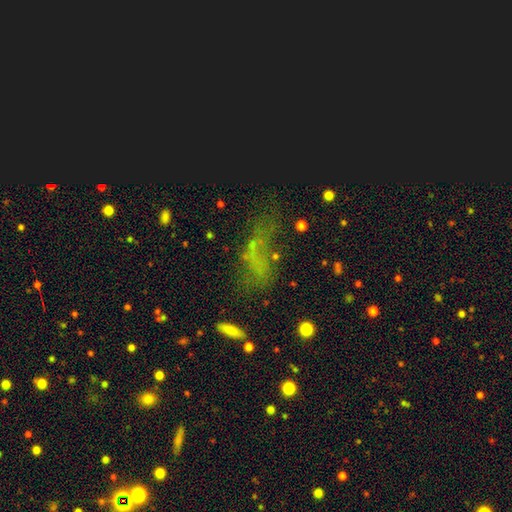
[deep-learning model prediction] smooth-or-featured: star or artifact: 37% (tied) | smooth: 37% (tied) | featured or disk: 26%